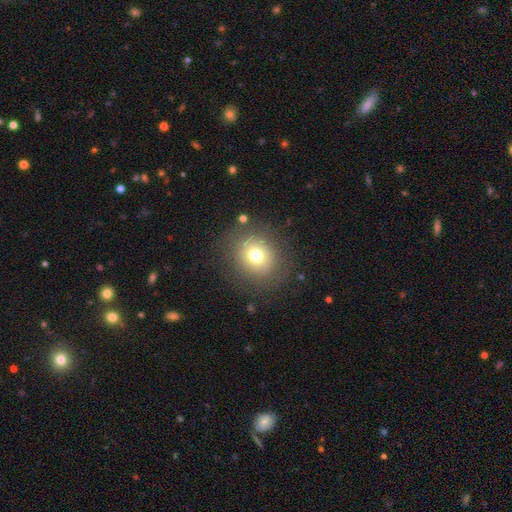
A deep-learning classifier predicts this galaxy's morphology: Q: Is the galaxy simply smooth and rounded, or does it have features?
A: smooth — 72%.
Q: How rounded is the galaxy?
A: round — 79%.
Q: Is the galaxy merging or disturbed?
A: none — 81%.